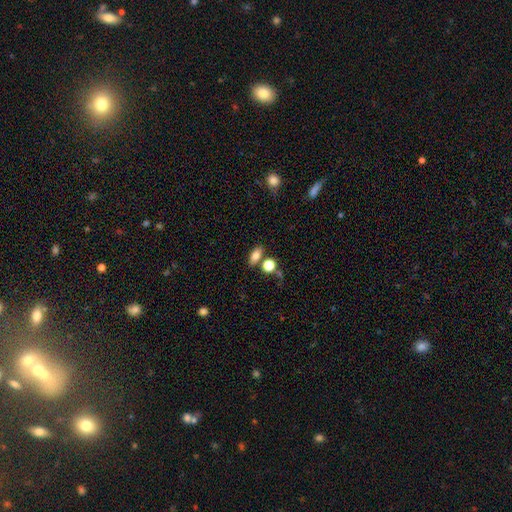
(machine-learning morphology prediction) Smooth or featured? smooth (79%)
How rounded? in between (78%)
Merging? none (74%)